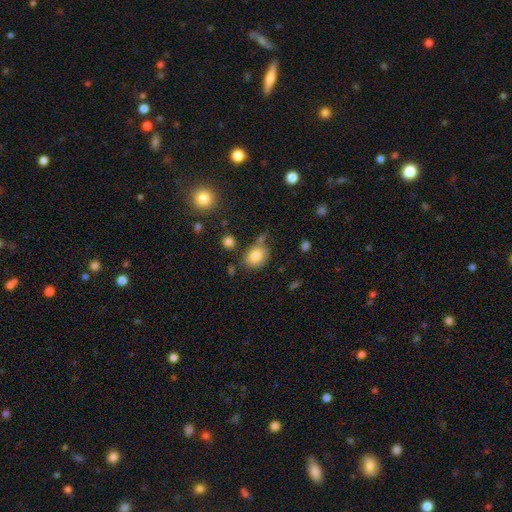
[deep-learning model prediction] Overall: smooth (83%). How rounded: in between (57%; round 42%). Merging: none (67%).